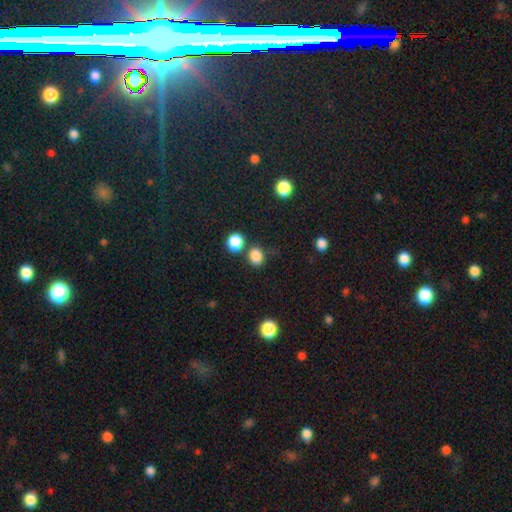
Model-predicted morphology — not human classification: Smooth or featured: smooth — 83% (star or artifact — 12%)
How rounded: round — 62% (in between — 37%)
Merging: none — 67% (merger — 17%)